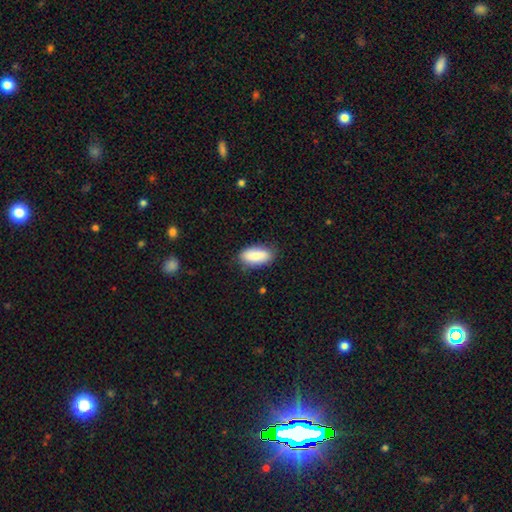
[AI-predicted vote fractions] A smooth galaxy with no disk features (83%) that is in between round and cigar-shaped (91%). Merging: none (80%).